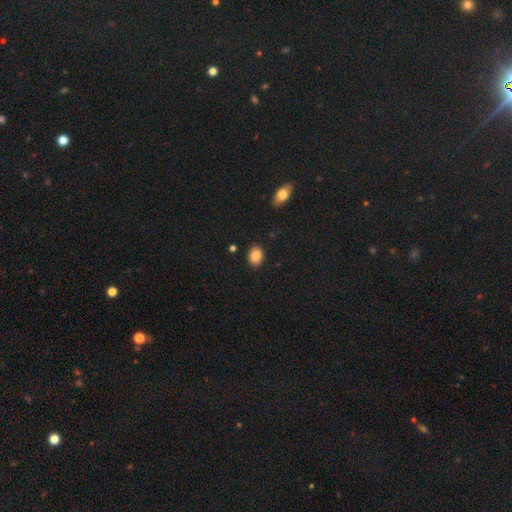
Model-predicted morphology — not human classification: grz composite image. It shows a smooth galaxy with no disk features (86%) that is in between round and cigar-shaped (68%). Merging: none (87%).